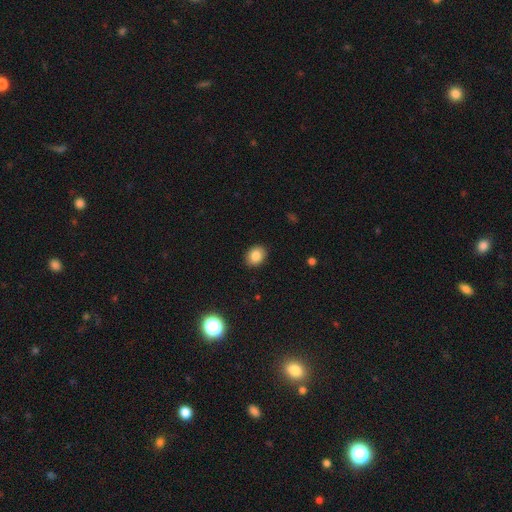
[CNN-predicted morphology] Q: Smooth or featured?
A: smooth (84%); runner-up: star or artifact (10%)
Q: How rounded?
A: round (50%); runner-up: in between (49%)
Q: Merging?
A: none (90%); runner-up: minor disturbance (7%)